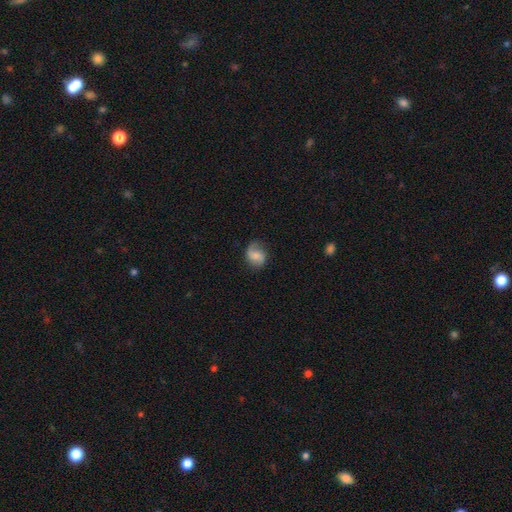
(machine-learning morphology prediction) smooth-or-featured: featured or disk: 51% | smooth: 41% | star or artifact: 9%
  disk-edge-on: no: 97% | yes: 3%
  merging: none: 67% | minor disturbance: 22% | major disturbance: 10% | merger: 1%